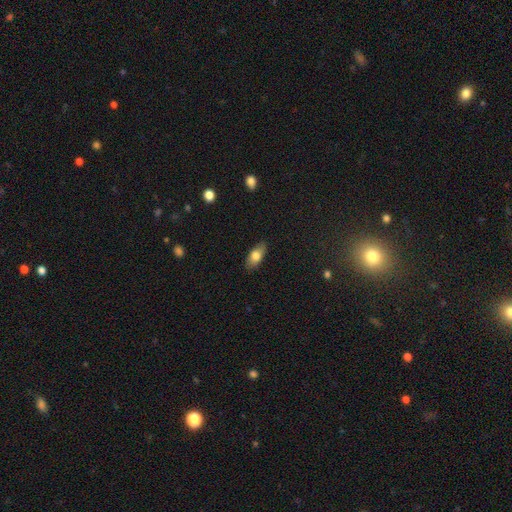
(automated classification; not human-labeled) Morphology: type=smooth (75%); roundness=in between (84%); merging=none (84%).